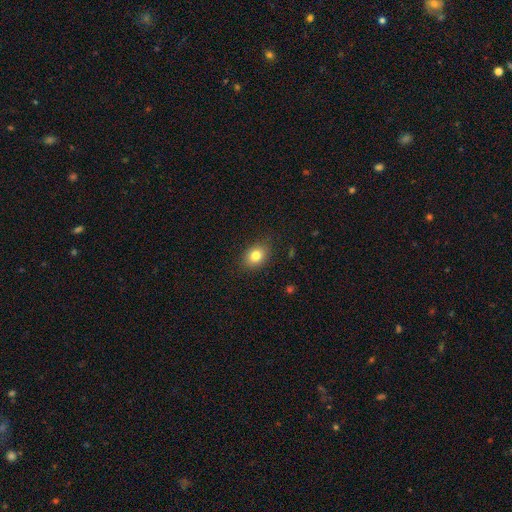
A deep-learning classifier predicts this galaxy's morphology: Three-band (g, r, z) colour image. It shows a smooth galaxy with no disk features (82%) that is in between round and cigar-shaped (62%). Merging: none (84%).